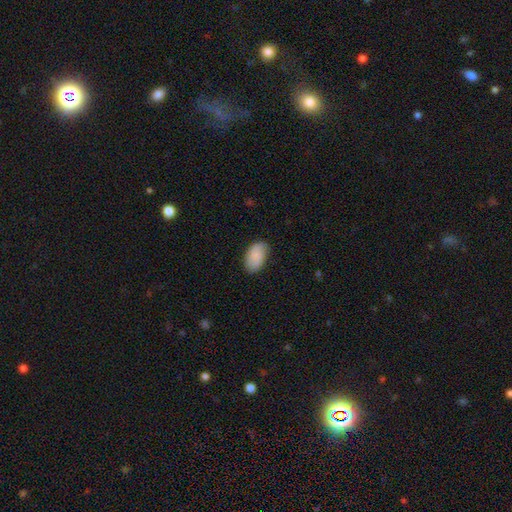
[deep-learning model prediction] A smooth galaxy with no disk features (81%) that is in between round and cigar-shaped (94%). Merging: none (74%).